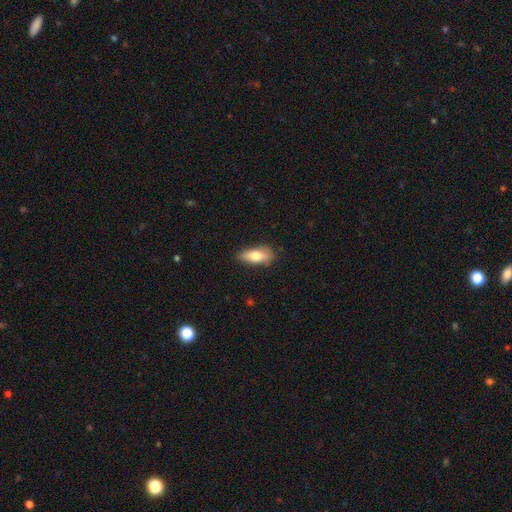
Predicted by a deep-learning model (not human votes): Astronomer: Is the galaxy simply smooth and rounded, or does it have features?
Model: smooth — 72%.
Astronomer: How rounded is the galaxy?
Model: in between — 74%.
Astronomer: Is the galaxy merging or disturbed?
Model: none — 75%.